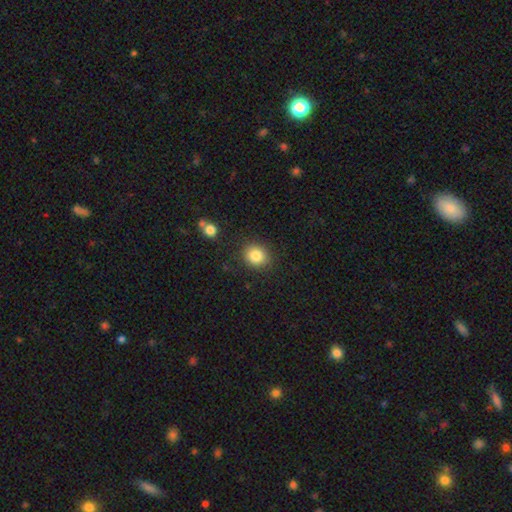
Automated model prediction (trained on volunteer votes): Smooth or featured? Predicted: smooth (p=0.84). How rounded? Predicted: round (p=0.76). Merging? Predicted: none (p=0.87).